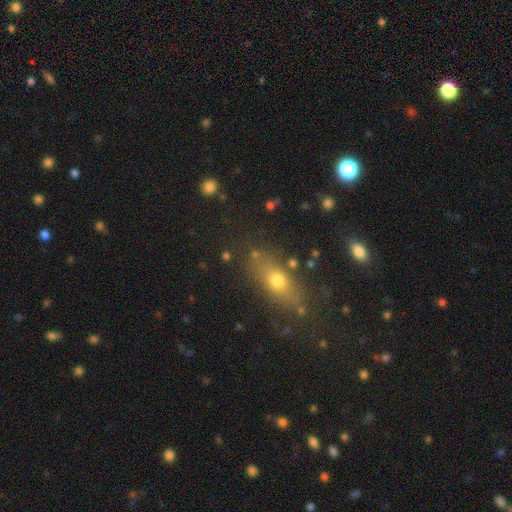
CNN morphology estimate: Overall: smooth (64%). How rounded: in between (59%; cigar-shaped 21%). Merging: none (79%).